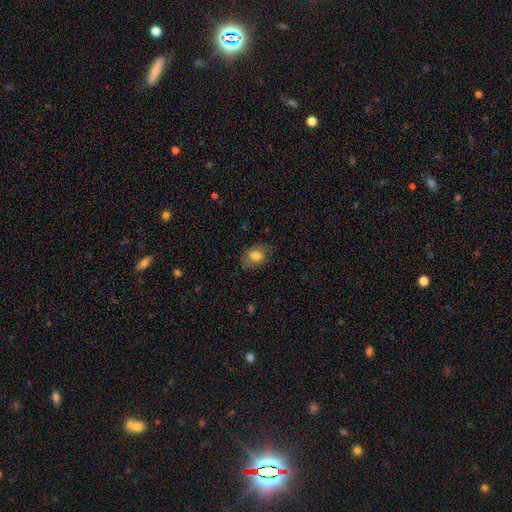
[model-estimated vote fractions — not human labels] This is likely a smooth galaxy (79%). How rounded: likely in between (72%). Merging: likely none (75%).